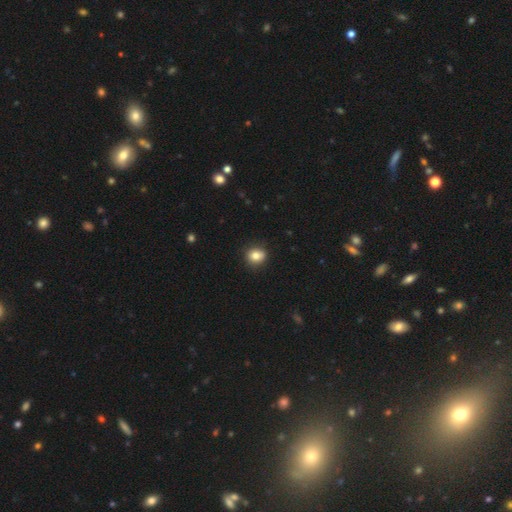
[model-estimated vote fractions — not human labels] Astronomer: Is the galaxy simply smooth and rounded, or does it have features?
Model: smooth — 81%.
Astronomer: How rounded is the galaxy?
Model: round — 72%.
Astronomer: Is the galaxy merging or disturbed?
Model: none — 85%.